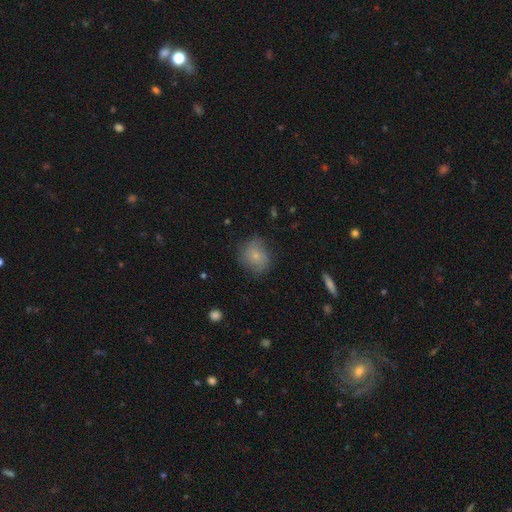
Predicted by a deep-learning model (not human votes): smooth_or_featured: smooth (p=0.70) [alt: featured or disk p=0.21]
how_rounded: round (p=0.75) [alt: in between p=0.24]
merging: none (p=0.72) [alt: minor disturbance p=0.21]